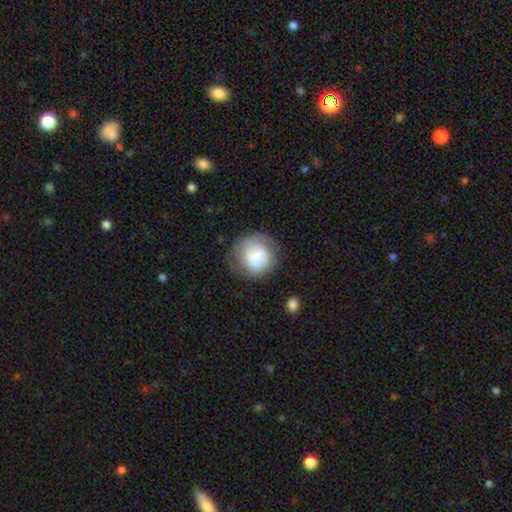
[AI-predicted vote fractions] A smooth galaxy with no disk features (55%) that is round (88%). Merging: none (68%).